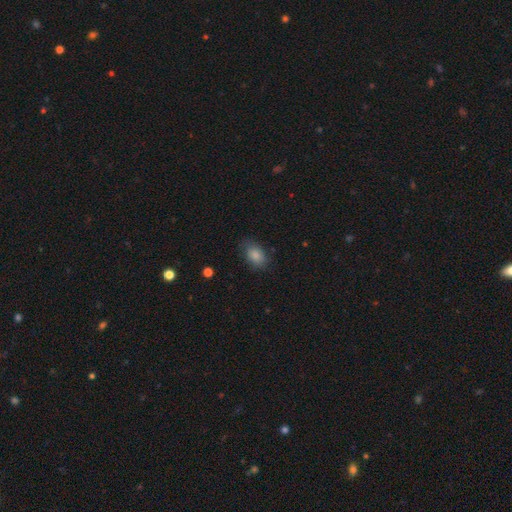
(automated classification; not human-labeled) The model was most divided on "merging": none: 78%, minor disturbance: 17%, major disturbance: 4%, merger: 1%. More confident: how rounded — in between (84%); smooth or featured — smooth (84%).